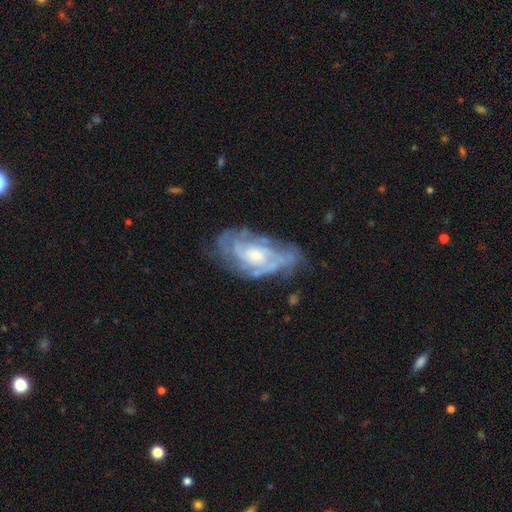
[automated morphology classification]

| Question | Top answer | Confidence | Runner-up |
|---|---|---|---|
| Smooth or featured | featured or disk | 83% | smooth (11%) |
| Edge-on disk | no | 95% | yes (5%) |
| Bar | no | 70% | weak (25%) |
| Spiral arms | yes | 91% | no (9%) |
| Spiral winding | tight | 57% | medium (34%) |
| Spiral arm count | can't tell | 38% | 2 (27%) |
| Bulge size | small | 51% | moderate (40%) |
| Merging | none | 62% | minor disturbance (24%) |